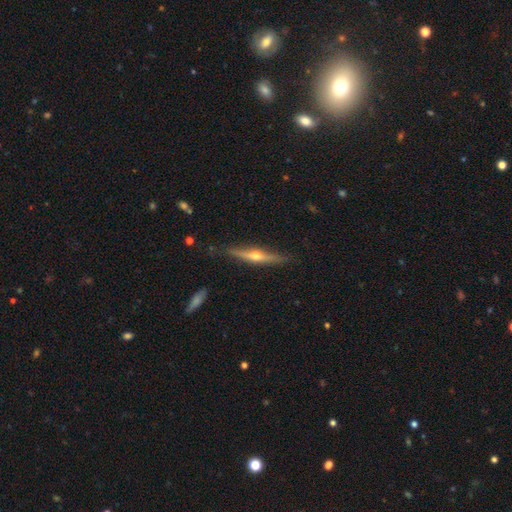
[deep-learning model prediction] smooth_or_featured: featured or disk (p=0.72) [alt: smooth p=0.22]
disk_edge_on: yes (p=0.97) [alt: no p=0.03]
edge_on_bulge: rounded (p=0.93) [alt: none p=0.04]
merging: none (p=0.85) [alt: minor disturbance p=0.11]